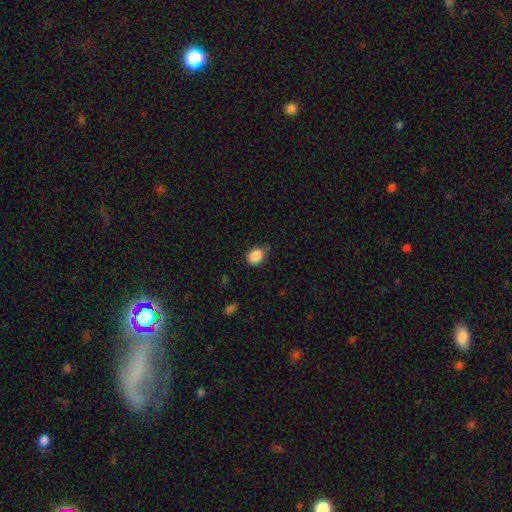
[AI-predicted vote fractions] Smooth or featured: smooth — 87% (star or artifact — 9%)
How rounded: round — 59% (in between — 40%)
Merging: none — 69% (minor disturbance — 24%)